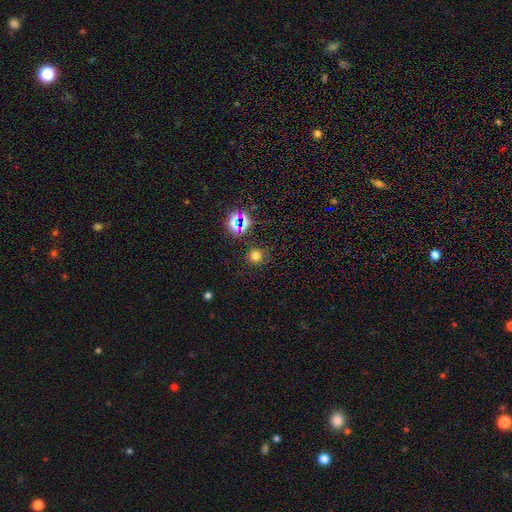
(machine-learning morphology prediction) Smooth or featured? smooth (67%)
How rounded? round (92%)
Merging? none (86%)